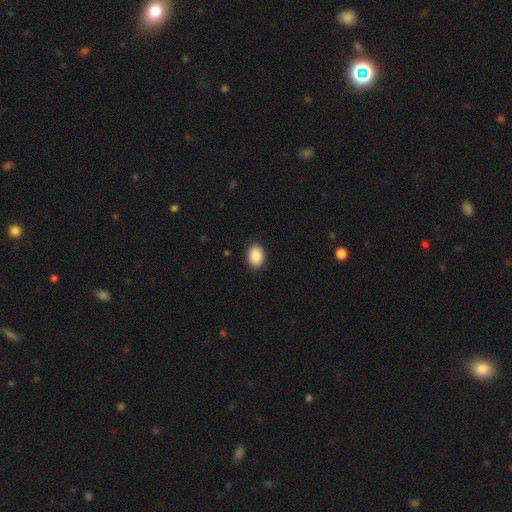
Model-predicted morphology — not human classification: The model was most divided on "how rounded": in between: 78%, round: 21%, cigar-shaped: 1%. More confident: smooth or featured — smooth (90%); merging — none (90%).